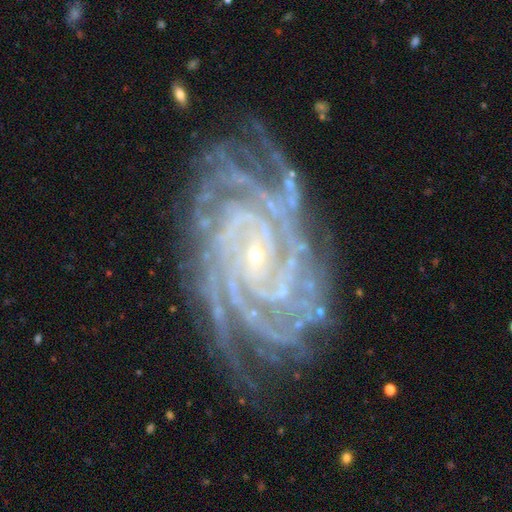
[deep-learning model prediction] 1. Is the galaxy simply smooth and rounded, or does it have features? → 93% featured or disk, 5% star or artifact, 3% smooth.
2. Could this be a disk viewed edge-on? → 97% no, 3% yes.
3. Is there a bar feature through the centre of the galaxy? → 61% no, 24% weak, 16% strong.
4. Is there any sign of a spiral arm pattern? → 99% yes, 1% no.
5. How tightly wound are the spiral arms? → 82% tight, 16% medium, 2% loose.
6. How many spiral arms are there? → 27% 4, 26% more than 4, 14% 3, 13% can't tell, 12% 2, 8% 1.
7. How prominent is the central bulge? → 87% small, 9% moderate, 2% none, 1% large, 1% dominant.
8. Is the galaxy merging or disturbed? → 77% none, 16% minor disturbance, 6% major disturbance, 2% merger.